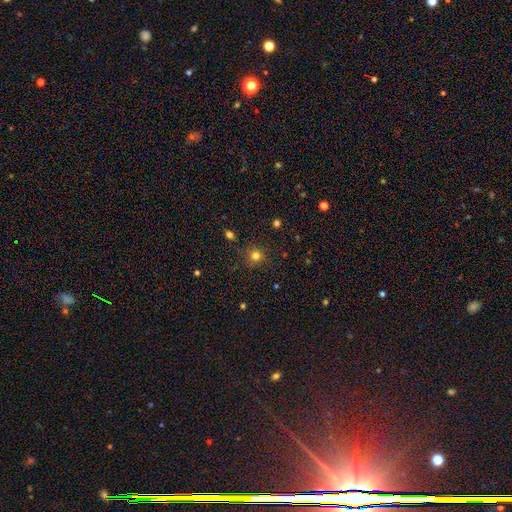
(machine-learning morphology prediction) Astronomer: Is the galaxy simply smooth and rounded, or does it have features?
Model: smooth — 78%.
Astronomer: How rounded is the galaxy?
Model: round — 93%.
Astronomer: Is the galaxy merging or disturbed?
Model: none — 86%.